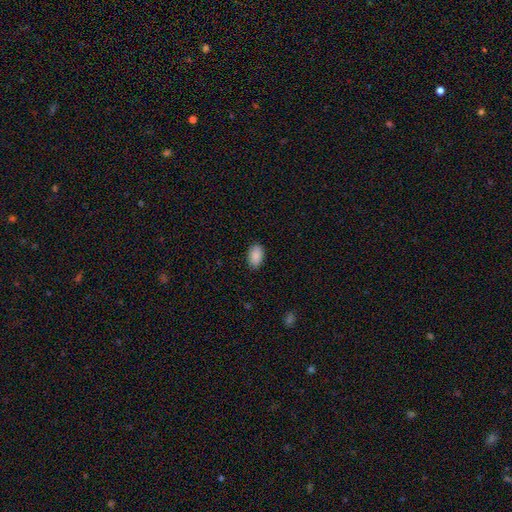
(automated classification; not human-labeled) Overall: smooth (89%). How rounded: in between (93%). Merging: none (88%).